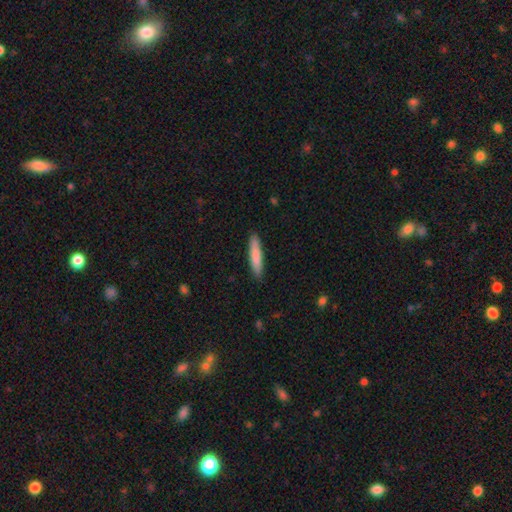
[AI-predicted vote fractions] Smooth or featured: smooth — 81% (featured or disk — 13%)
How rounded: cigar-shaped — 89% (in between — 10%)
Merging: none — 89% (minor disturbance — 8%)